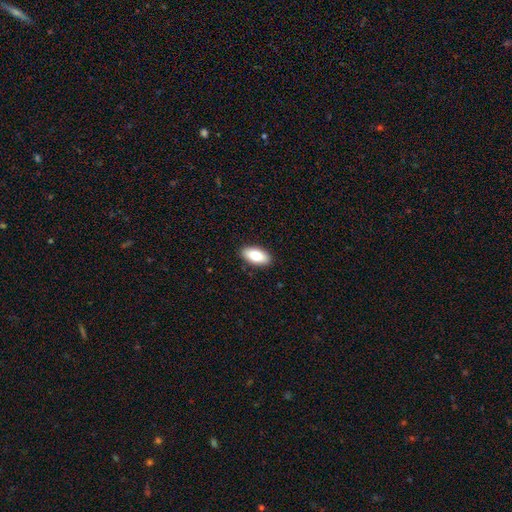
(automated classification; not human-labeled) A smooth galaxy with no disk features (81%) that is in between round and cigar-shaped (92%). Merging: none (90%).